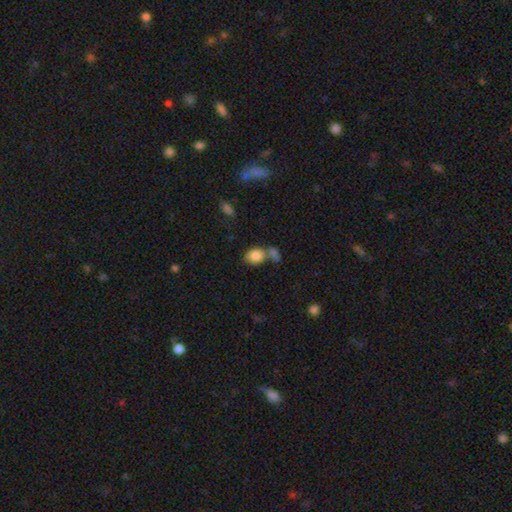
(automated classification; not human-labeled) This is clearly a smooth galaxy (84%). How rounded: possibly in between (58%). Merging: possibly none (46%).